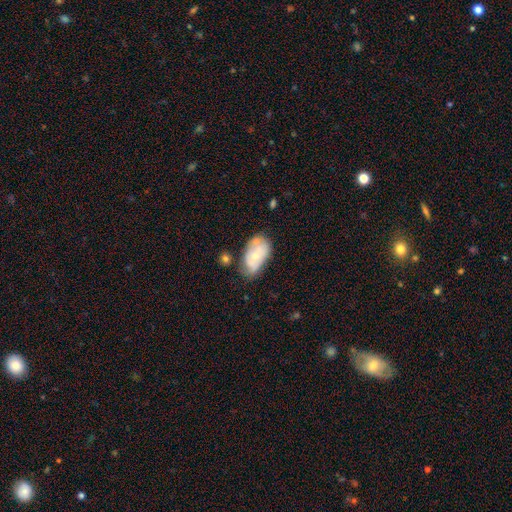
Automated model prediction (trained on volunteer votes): Smooth or featured?
  - smooth: 51% *
  - featured or disk: 42%
  - star or artifact: 7%
How rounded?
  - in between: 92% *
  - round: 6%
  - cigar-shaped: 2%
Merging?
  - none: 44% *
  - minor disturbance: 33%
  - merger: 12%
  - major disturbance: 11%